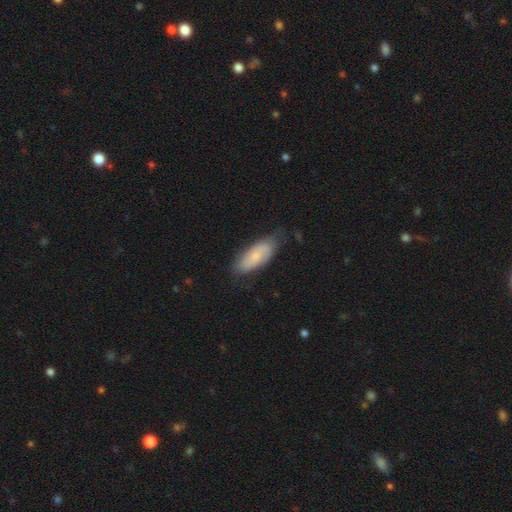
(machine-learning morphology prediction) A smooth galaxy with no disk features (60%) that is in between round and cigar-shaped (80%). Merging: none (69%).